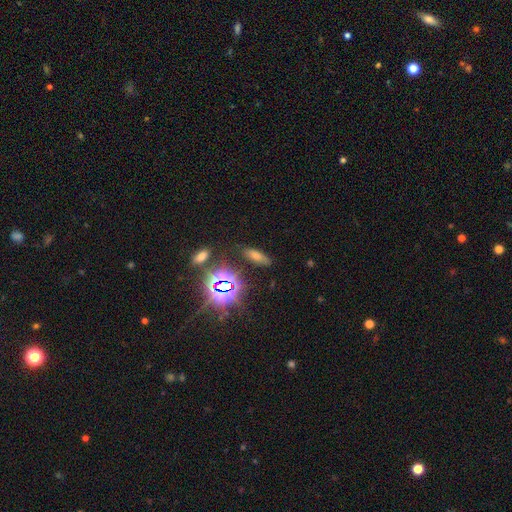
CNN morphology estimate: Q: Smooth or featured?
A: smooth (44%); runner-up: star or artifact (40%)
Q: Merging?
A: none (81%); runner-up: minor disturbance (11%)